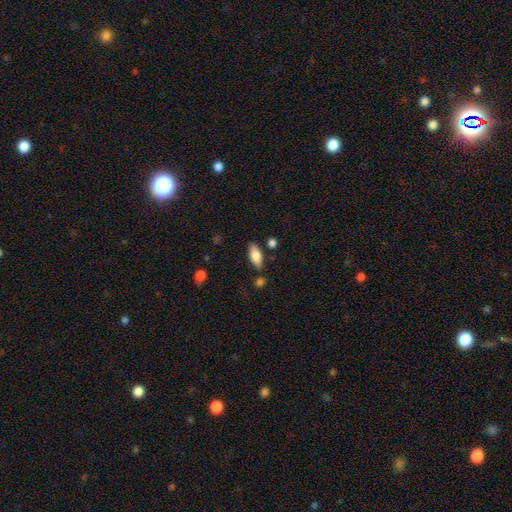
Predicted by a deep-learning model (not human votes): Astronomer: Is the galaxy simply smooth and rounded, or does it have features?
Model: smooth — 78%.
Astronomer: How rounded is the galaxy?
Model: in between — 81%.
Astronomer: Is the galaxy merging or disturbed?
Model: none — 80%.